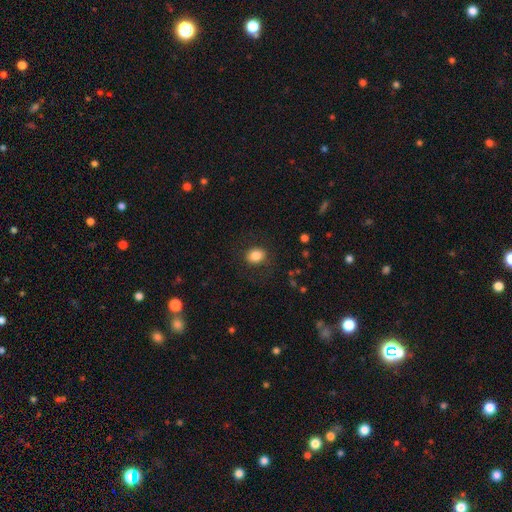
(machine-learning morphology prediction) Overall: smooth (85%). How rounded: round (51%; in between 48%). Merging: none (83%).